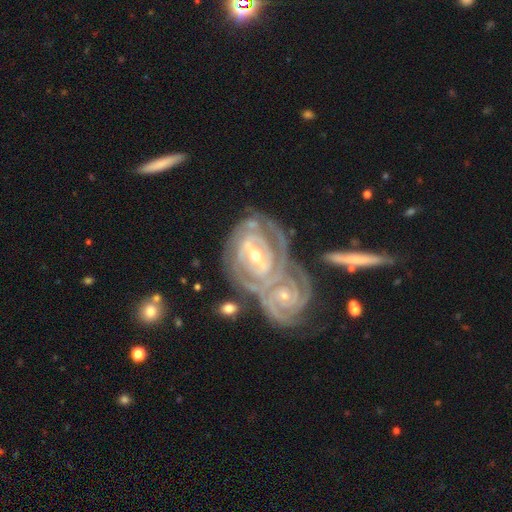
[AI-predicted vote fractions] A featured or disk galaxy (86%) with no bar (45%), tight (78%) spiral arms (94%) and a small central bulge (57%).

Vote fractions:
- Smooth or featured? featured or disk: 86% / smooth: 7% / star or artifact: 7%
- Edge-on disk? no: 95% / yes: 5%
- Bar? no: 45% / weak: 36% / strong: 19%
- Spiral arms? yes: 94% / no: 6%
- Spiral winding? tight: 78% / medium: 18% / loose: 4%
- Spiral arm count? can't tell: 38% / 2: 22% / 3: 18% / 4: 10% / more than 4: 6% / 1: 6%
- Bulge size? small: 57% / moderate: 39% / large: 2% / none: 1% / dominant: 1%
- Merging? merger: 42% / none: 37% / minor disturbance: 13% / major disturbance: 8%